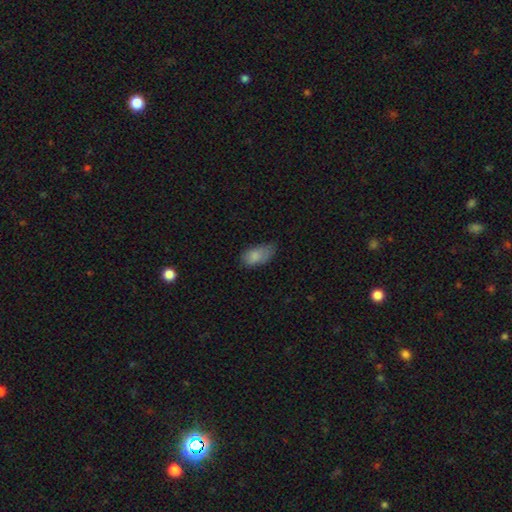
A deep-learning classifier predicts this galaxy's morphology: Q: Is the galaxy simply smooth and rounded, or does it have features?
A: smooth — 82%.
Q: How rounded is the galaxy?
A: in between — 93%.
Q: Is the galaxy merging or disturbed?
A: minor disturbance — 43%.